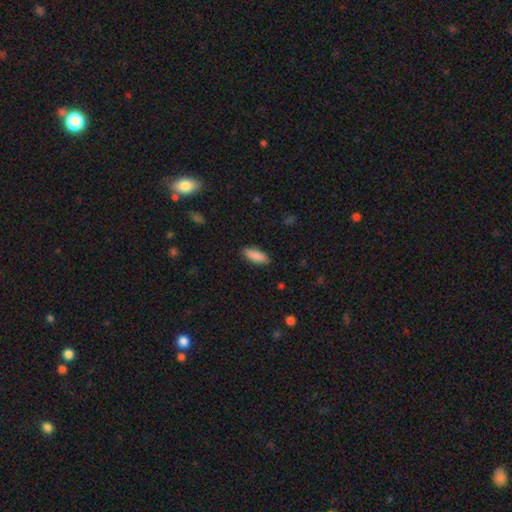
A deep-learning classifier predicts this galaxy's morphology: Smooth or featured? Predicted: smooth (p=0.89). How rounded? Predicted: in between (p=0.74). Merging? Predicted: none (p=0.87).